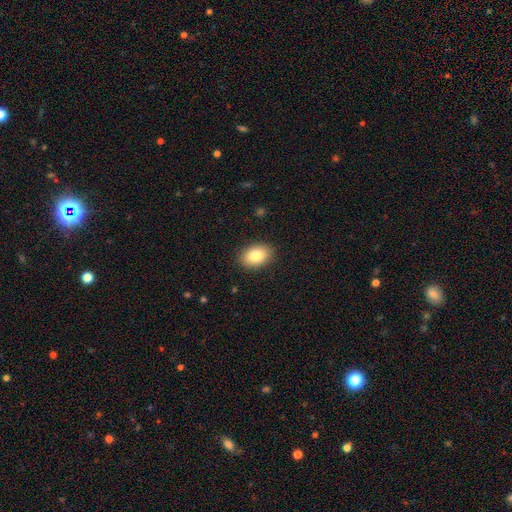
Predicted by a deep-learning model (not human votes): smooth-or-featured: smooth: 84% | featured or disk: 8% | star or artifact: 8%
  how-rounded: in between: 81% | round: 18% | cigar-shaped: 1%
  merging: none: 89% | minor disturbance: 8% | major disturbance: 2% | merger: 1%